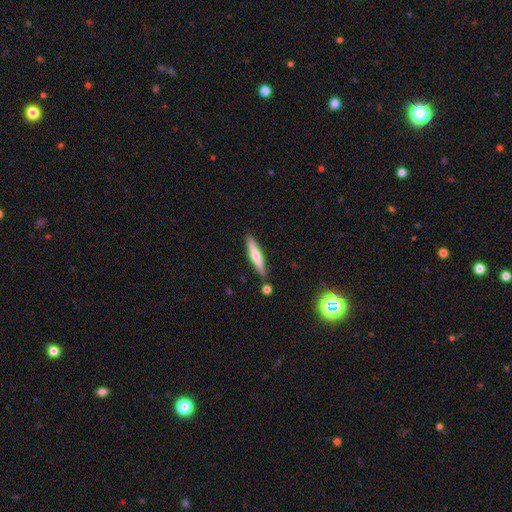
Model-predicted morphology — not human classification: A smooth galaxy with no disk features (51%) that is cigar-shaped (88%). Merging: none (85%).